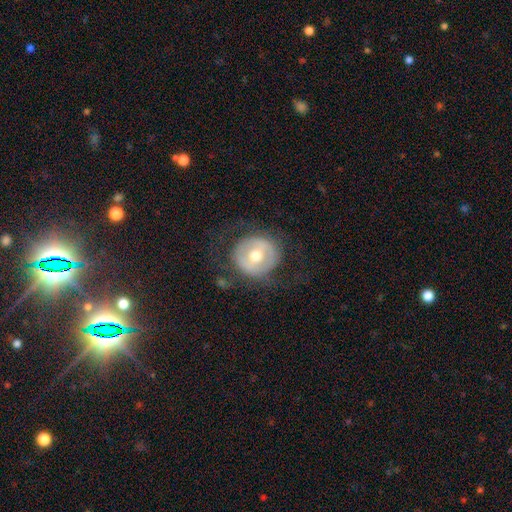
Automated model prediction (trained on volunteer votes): Smooth or featured: featured or disk — 53% (smooth — 40%)
Edge-on disk: no — 95% (yes — 5%)
Bar: no — 40% (weak — 35%)
Spiral arms: no — 76% (yes — 24%)
Bulge size: moderate — 74% (small — 17%)
Merging: none — 74% (minor disturbance — 14%)